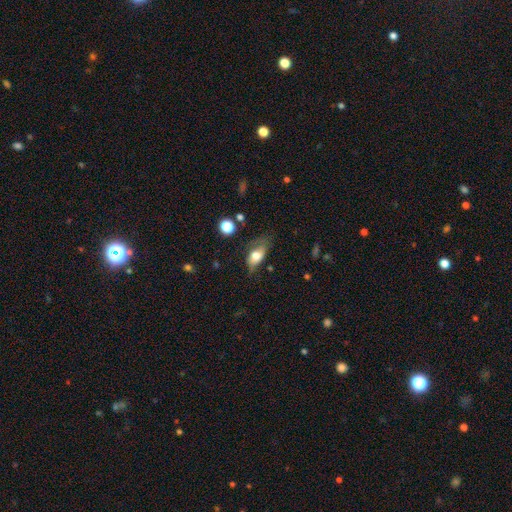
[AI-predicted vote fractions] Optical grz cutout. It shows a smooth galaxy with no disk features (66%) that is in between round and cigar-shaped (84%). Merging: none (42%).